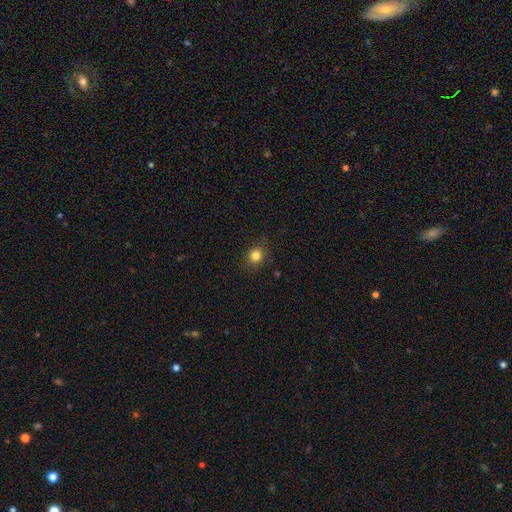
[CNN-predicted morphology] Smooth or featured: smooth — 82% (star or artifact — 12%)
How rounded: round — 80% (in between — 19%)
Merging: none — 87% (minor disturbance — 10%)